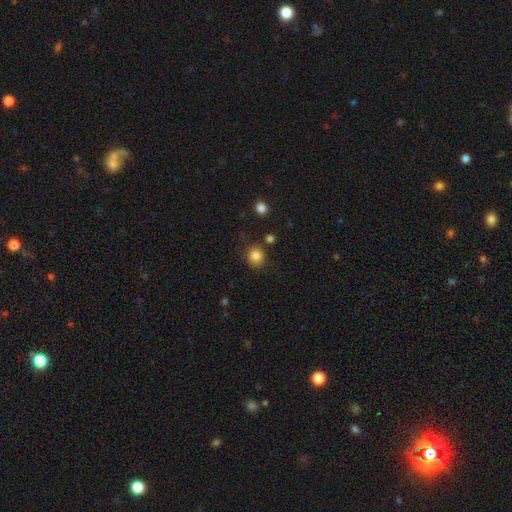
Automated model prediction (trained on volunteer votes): A smooth galaxy with no disk features (84%) that is round (85%).

Vote fractions:
- Smooth or featured? smooth: 84% / star or artifact: 11% / featured or disk: 5%
- How rounded? round: 85% / in between: 14% / cigar-shaped: 1%
- Merging? none: 83% / minor disturbance: 10% / merger: 5% / major disturbance: 3%